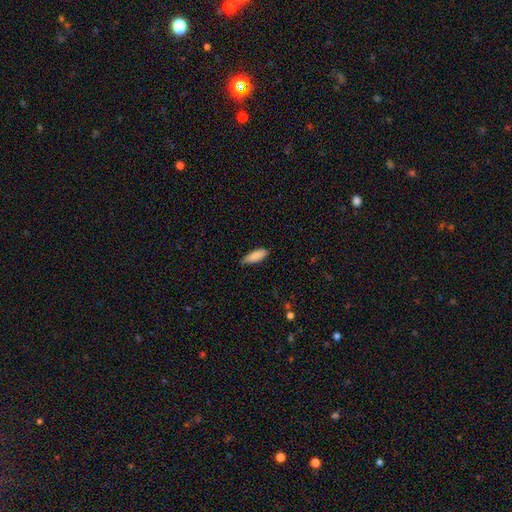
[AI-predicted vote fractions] Smooth or featured?
  - smooth: 86% *
  - featured or disk: 8%
  - star or artifact: 6%
How rounded?
  - in between: 58% *
  - cigar-shaped: 40%
  - round: 2%
Merging?
  - none: 76% *
  - minor disturbance: 20%
  - major disturbance: 3%
  - merger: 1%